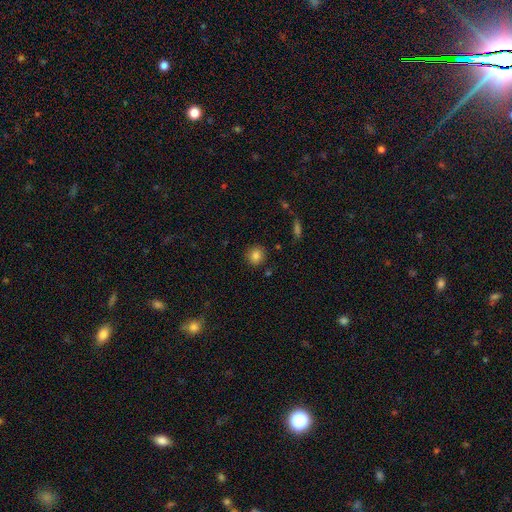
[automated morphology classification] This is clearly a smooth galaxy (83%). How rounded: clearly round (87%). Merging: clearly none (88%).